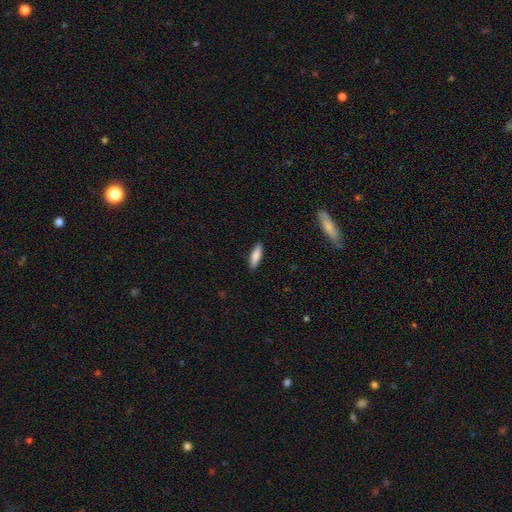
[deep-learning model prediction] Q: Smooth or featured?
A: smooth (84%); runner-up: featured or disk (10%)
Q: How rounded?
A: cigar-shaped (49%); tied with: in between (49%)
Q: Merging?
A: none (88%); runner-up: minor disturbance (9%)